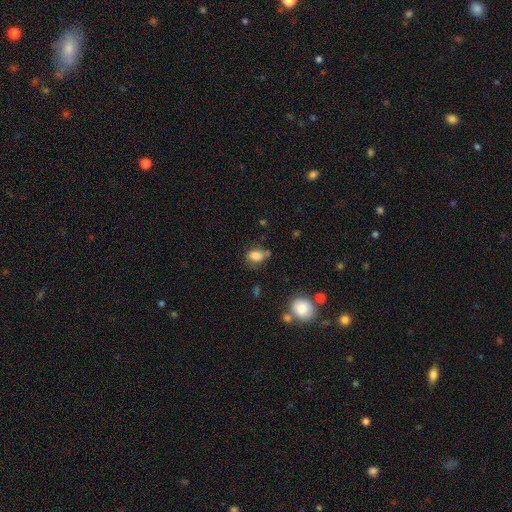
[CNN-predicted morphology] Smooth or featured: smooth — 79% (featured or disk — 11%)
How rounded: in between — 73% (round — 25%)
Merging: none — 52% (minor disturbance — 30%)